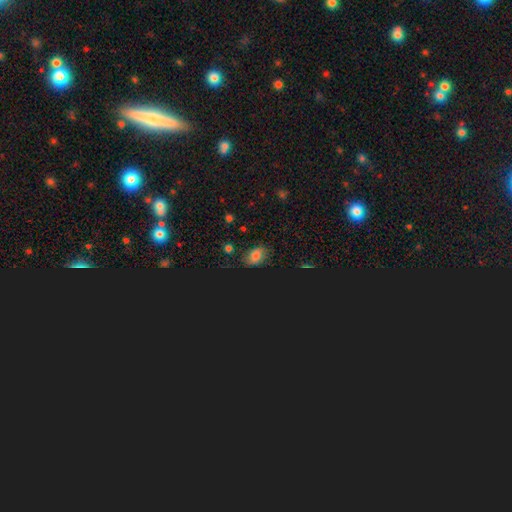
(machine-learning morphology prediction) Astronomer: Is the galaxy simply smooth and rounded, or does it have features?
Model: smooth — 62%.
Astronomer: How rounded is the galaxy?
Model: in between — 80%.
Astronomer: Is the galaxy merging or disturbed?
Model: none — 73%.